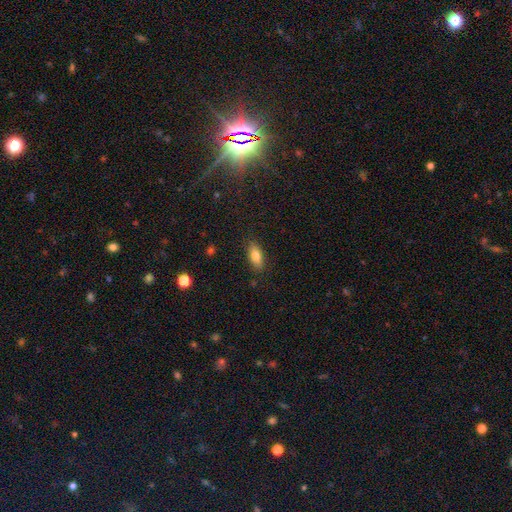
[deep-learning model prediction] Overall: smooth (77%). How rounded: in between (80%). Merging: none (86%).